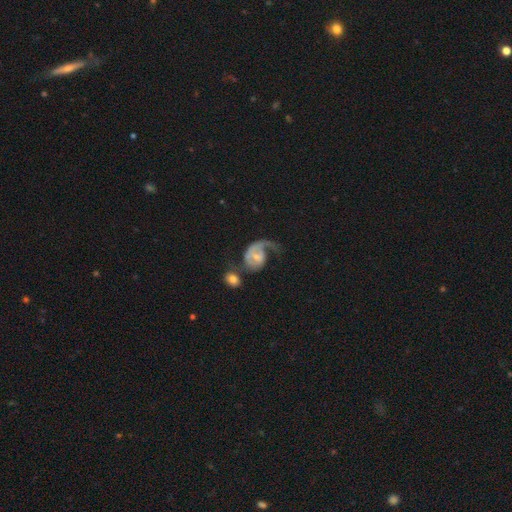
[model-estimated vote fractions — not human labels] Morphology: type=featured or disk (68%); edge-on=no (97%); bar=no (59%); spiral arms=yes (82%); winding=loose (56%); arm count=1 (74%); bulge=small (52%); merging=major disturbance (48%).